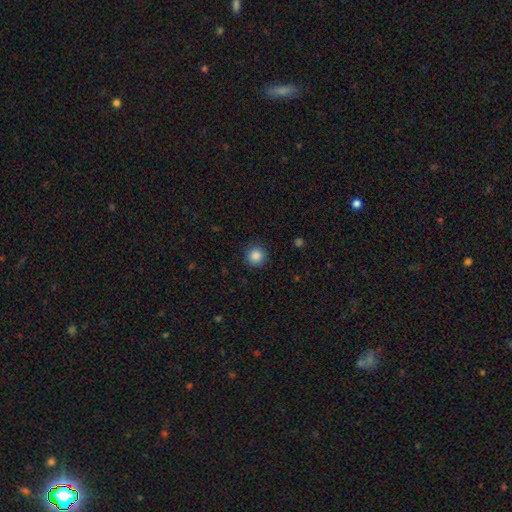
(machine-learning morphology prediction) Smooth or featured?
  - smooth: 86% *
  - star or artifact: 10%
  - featured or disk: 3%
How rounded?
  - round: 94% *
  - in between: 5%
  - cigar-shaped: 1%
Merging?
  - none: 89% *
  - minor disturbance: 7%
  - major disturbance: 2%
  - merger: 1%